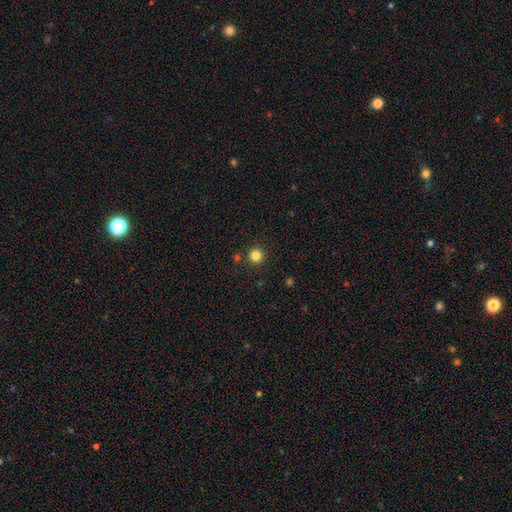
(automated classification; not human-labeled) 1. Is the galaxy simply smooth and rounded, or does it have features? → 83% smooth, 13% star or artifact, 4% featured or disk.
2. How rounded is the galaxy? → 96% round, 3% in between, 1% cigar-shaped.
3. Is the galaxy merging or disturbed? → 90% none, 5% minor disturbance, 3% merger, 2% major disturbance.